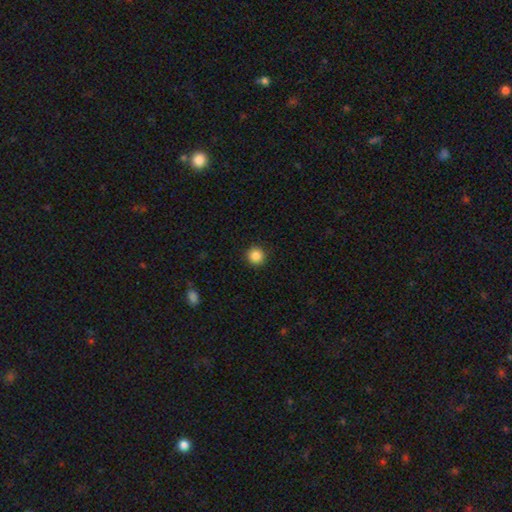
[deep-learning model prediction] This appears to be a smooth galaxy with no disk features (87%) that is round (95%). Merging: none (92%).